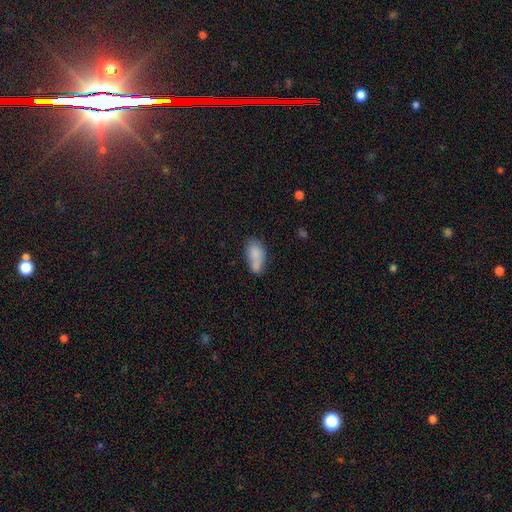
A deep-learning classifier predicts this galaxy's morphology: smooth 79%, featured or disk 12%, star or artifact 9%. Down the decision tree: how rounded — in between (90%); merging — none (45%).